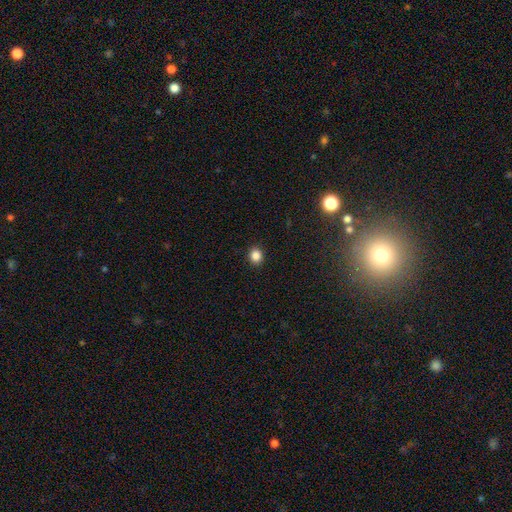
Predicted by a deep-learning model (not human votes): Smooth or featured? Predicted: smooth (p=0.86). How rounded? Predicted: round (p=0.65). Merging? Predicted: none (p=0.91).